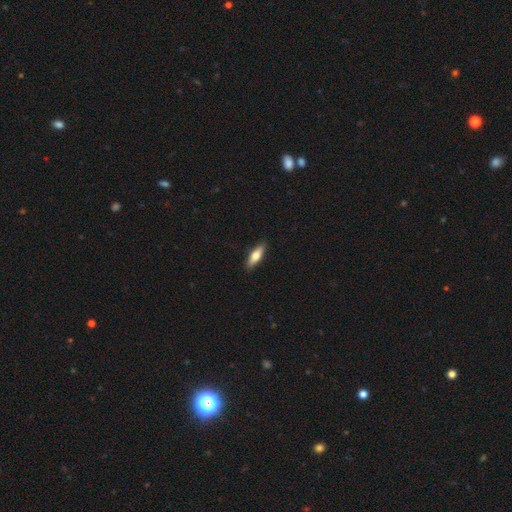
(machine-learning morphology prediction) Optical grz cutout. It shows a smooth galaxy with no disk features (67%) that is cigar-shaped (50%). Merging: none (89%).